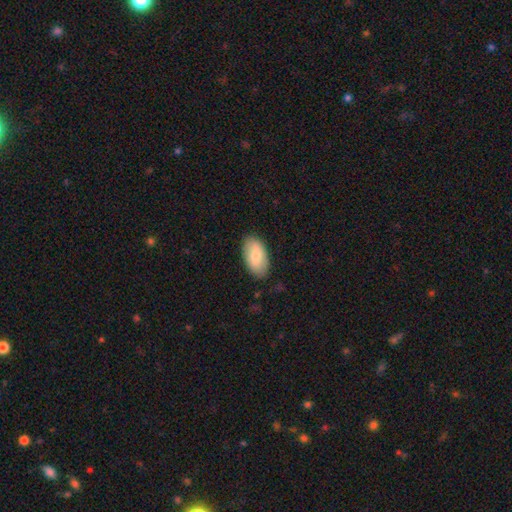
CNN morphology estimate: smooth-or-featured: smooth: 79% | featured or disk: 15% | star or artifact: 6%
  how-rounded: in between: 95% | round: 3% | cigar-shaped: 2%
  merging: none: 85% | minor disturbance: 12% | major disturbance: 2% | merger: 1%